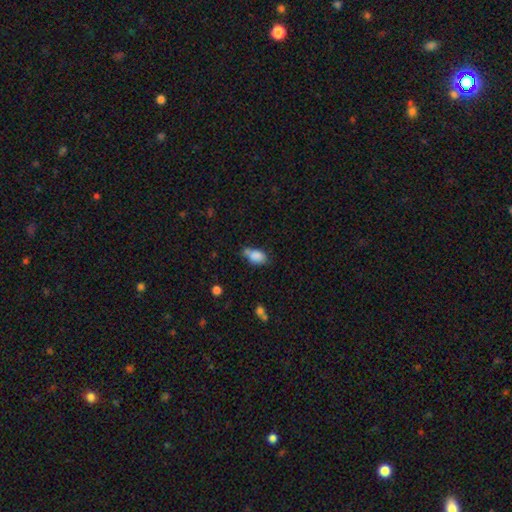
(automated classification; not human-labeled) smooth 82%, star or artifact 9%, featured or disk 9%. Down the decision tree: how rounded — in between (85%); merging — none (41%).